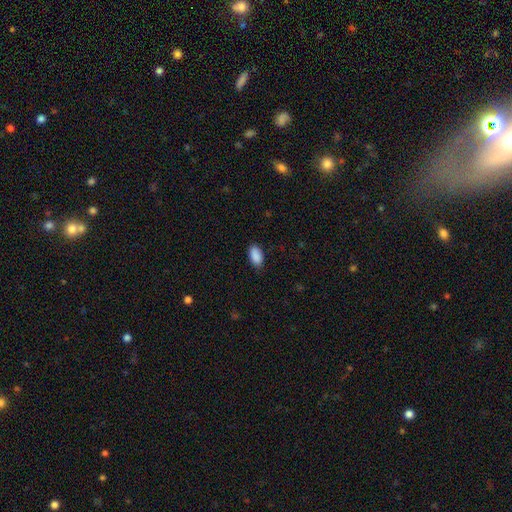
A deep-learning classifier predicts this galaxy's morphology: Smooth or featured: smooth — 90% (star or artifact — 7%)
How rounded: in between — 94% (round — 4%)
Merging: none — 84% (minor disturbance — 13%)